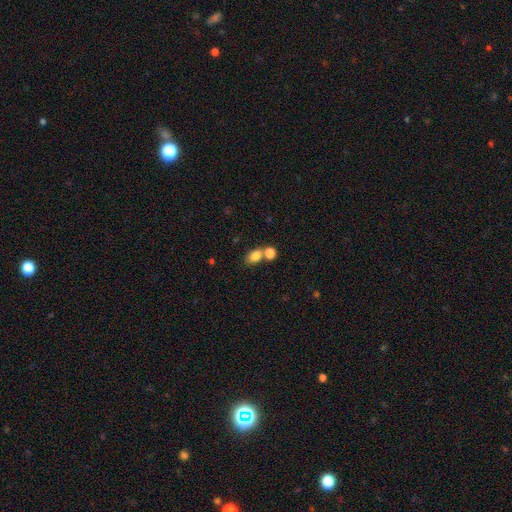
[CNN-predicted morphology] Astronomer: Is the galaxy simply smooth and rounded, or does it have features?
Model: smooth — 81%.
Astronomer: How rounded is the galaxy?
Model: in between — 72%.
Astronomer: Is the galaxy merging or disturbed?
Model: none — 46% (runner-up: merger, 40%).